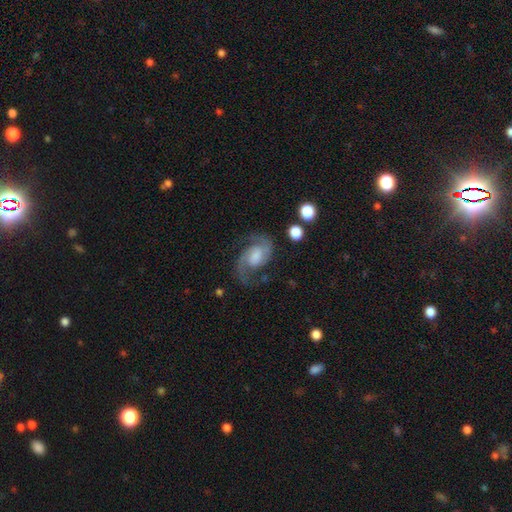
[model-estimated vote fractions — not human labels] smooth_or_featured: featured or disk (p=0.87) [alt: smooth p=0.07]
disk_edge_on: no (p=0.98) [alt: yes p=0.02]
bar: no (p=0.49) [alt: weak p=0.42]
has_spiral_arms: yes (p=0.97) [alt: no p=0.03]
spiral_winding: medium (p=0.57) [alt: loose p=0.24]
spiral_arm_count: 2 (p=0.92) [alt: can't tell p=0.03]
bulge_size: moderate (p=0.37) [alt: small p=0.23]
merging: none (p=0.74) [alt: minor disturbance p=0.15]